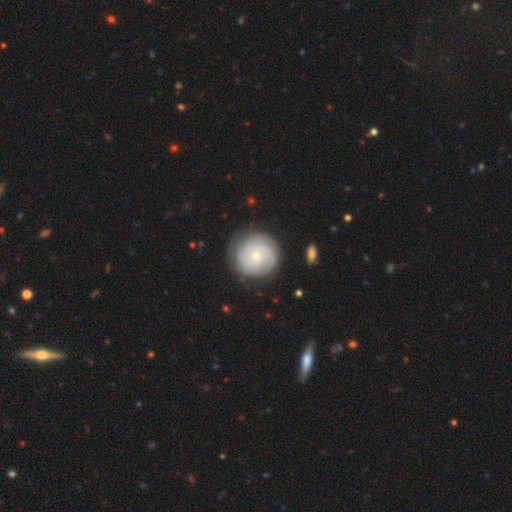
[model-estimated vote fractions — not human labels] Smooth or featured? featured or disk (67%)
Edge-on disk? no (98%)
Bar? no (82%)
Spiral arms? yes (89%)
Spiral winding? tight (74%)
Spiral arm count? can't tell (42%)
Bulge size? small (75%)
Merging? none (80%)